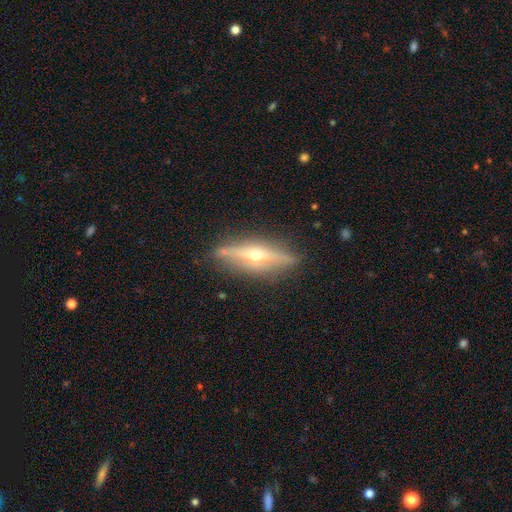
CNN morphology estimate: Smooth or featured?
  - featured or disk: 77% *
  - smooth: 16%
  - star or artifact: 6%
Edge-on disk?
  - yes: 93% *
  - no: 7%
Edge-on bulge?
  - rounded: 94% *
  - none: 3%
  - boxy: 2%
Merging?
  - none: 84% *
  - minor disturbance: 11%
  - major disturbance: 3%
  - merger: 2%